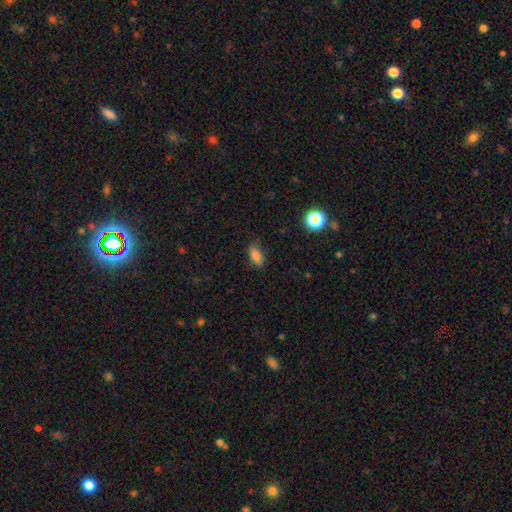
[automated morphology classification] Smooth or featured? Predicted: smooth (p=0.84). How rounded? Predicted: in between (p=0.86). Merging? Predicted: none (p=0.76).